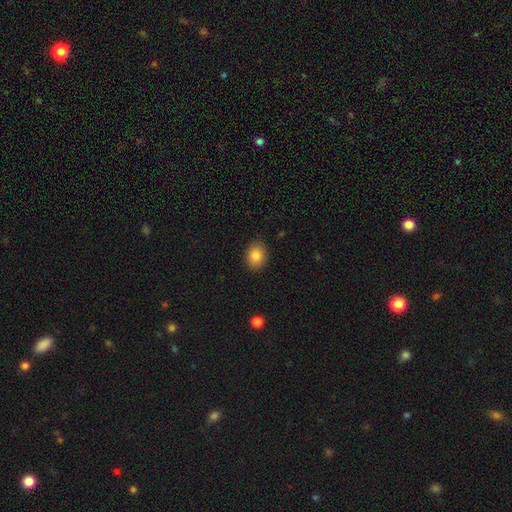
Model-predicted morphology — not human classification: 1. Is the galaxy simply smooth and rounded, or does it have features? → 85% smooth, 9% star or artifact, 7% featured or disk.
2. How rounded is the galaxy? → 58% in between, 41% round, 1% cigar-shaped.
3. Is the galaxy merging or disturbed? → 89% none, 8% minor disturbance, 2% major disturbance, 1% merger.